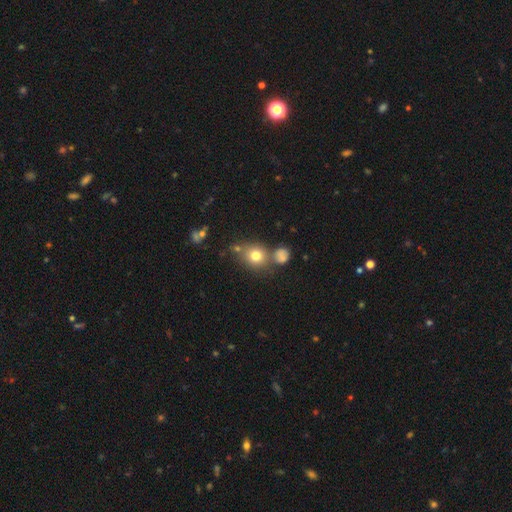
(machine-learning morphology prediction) A smooth galaxy with no disk features (76%) that is round (79%). Merging: none (64%).